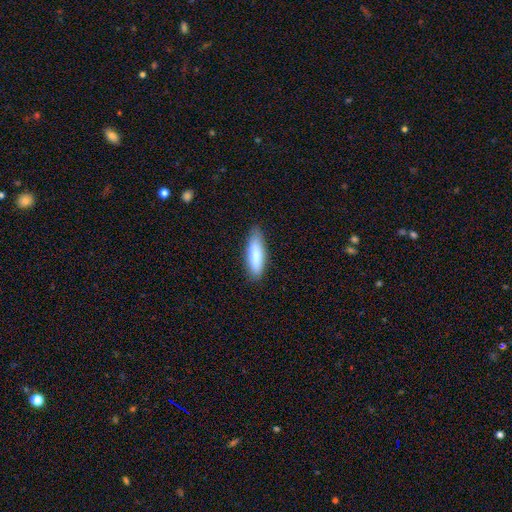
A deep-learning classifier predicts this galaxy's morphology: Smooth or featured? Predicted: smooth (p=0.78). How rounded? Predicted: cigar-shaped (p=0.55). Merging? Predicted: none (p=0.85).